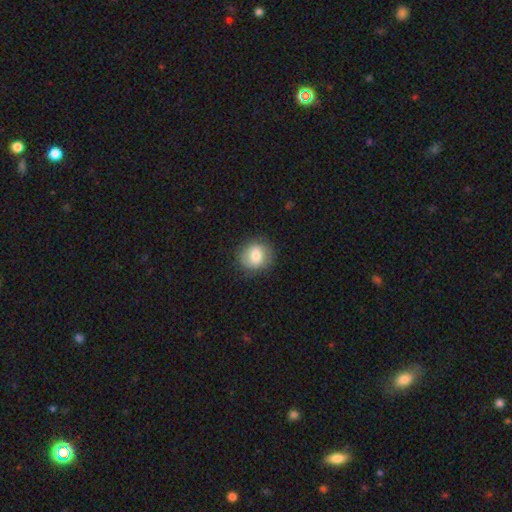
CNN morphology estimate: Smooth or featured? smooth (77%)
How rounded? round (80%)
Merging? none (81%)